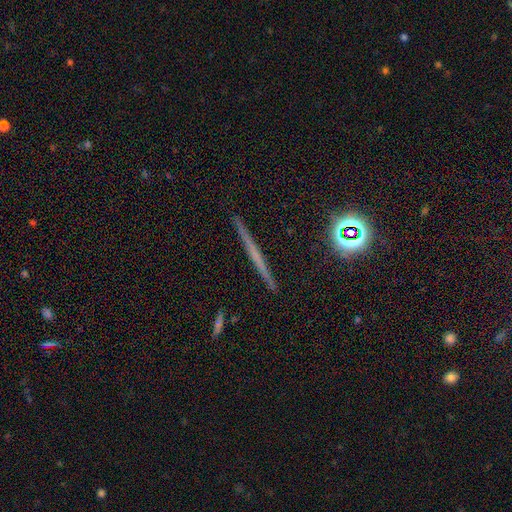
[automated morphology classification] A featured or disk galaxy (51%) viewed edge-on (97%). Merging: none (92%).